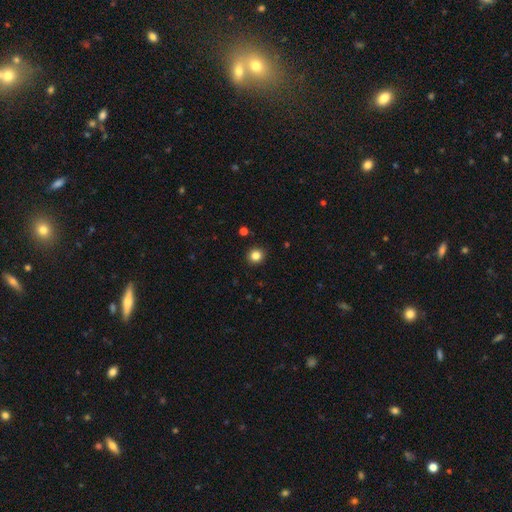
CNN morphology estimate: A smooth galaxy with no disk features (84%) that is round (90%).

Vote fractions:
- Smooth or featured? smooth: 84% / star or artifact: 12% / featured or disk: 5%
- How rounded? round: 90% / in between: 9% / cigar-shaped: 1%
- Merging? none: 92% / minor disturbance: 5% / major disturbance: 2% / merger: 1%